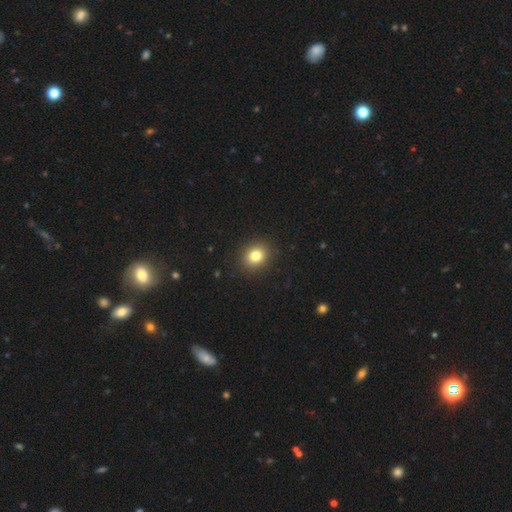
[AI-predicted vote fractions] Q: Smooth or featured?
A: smooth (81%); runner-up: star or artifact (12%)
Q: How rounded?
A: round (68%); runner-up: in between (31%)
Q: Merging?
A: none (91%); runner-up: minor disturbance (6%)